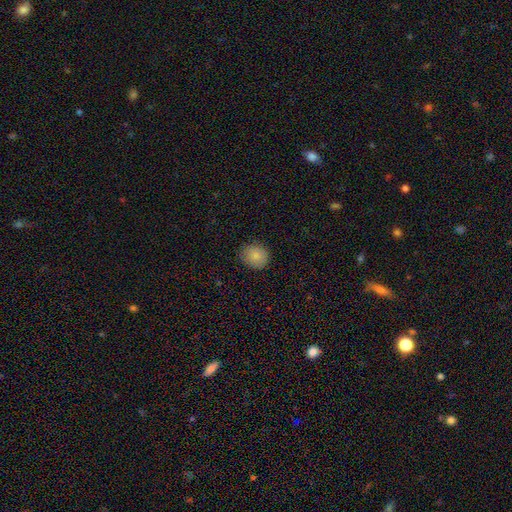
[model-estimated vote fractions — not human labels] smooth_or_featured: smooth (p=0.83) [alt: star or artifact p=0.09]
how_rounded: round (p=0.77) [alt: in between p=0.22]
merging: none (p=0.85) [alt: minor disturbance p=0.12]